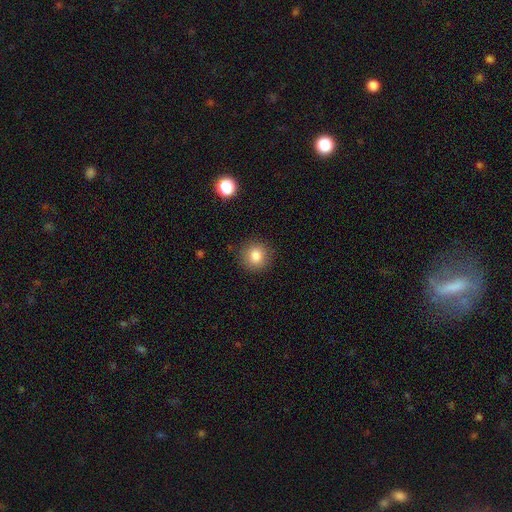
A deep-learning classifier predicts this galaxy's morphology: Smooth or featured? smooth (84%)
How rounded? round (91%)
Merging? none (89%)